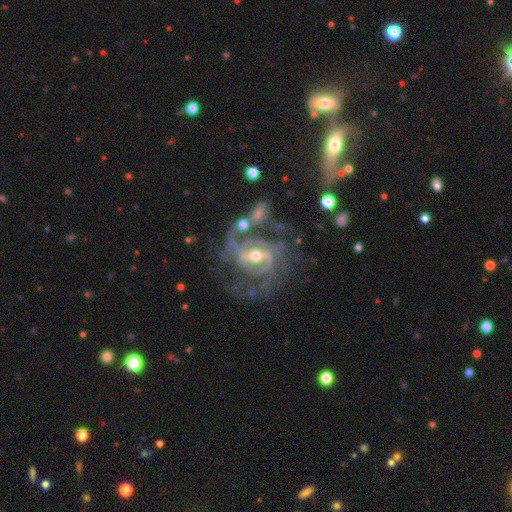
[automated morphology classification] Q: Smooth or featured?
A: featured or disk (90%); runner-up: star or artifact (6%)
Q: Edge-on disk?
A: no (97%); runner-up: yes (3%)
Q: Bar?
A: weak (43%); runner-up: strong (38%)
Q: Spiral arms?
A: yes (95%); runner-up: no (5%)
Q: Spiral winding?
A: medium (48%); runner-up: tight (36%)
Q: Spiral arm count?
A: 2 (45%); runner-up: 3 (21%)
Q: Bulge size?
A: moderate (66%); runner-up: small (28%)
Q: Merging?
A: none (42%); runner-up: major disturbance (26%)